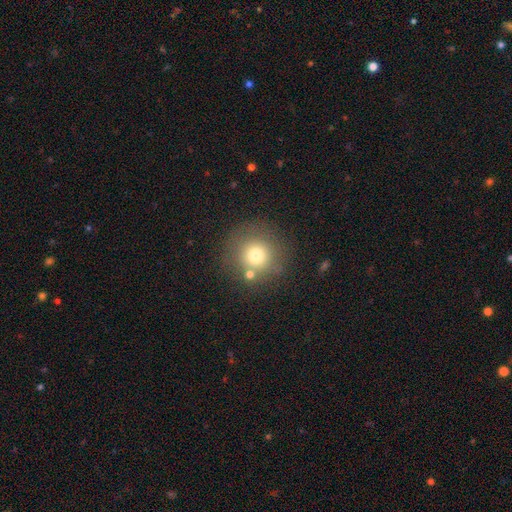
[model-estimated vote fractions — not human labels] This is likely a smooth galaxy (73%). How rounded: clearly round (94%). Merging: likely none (77%).